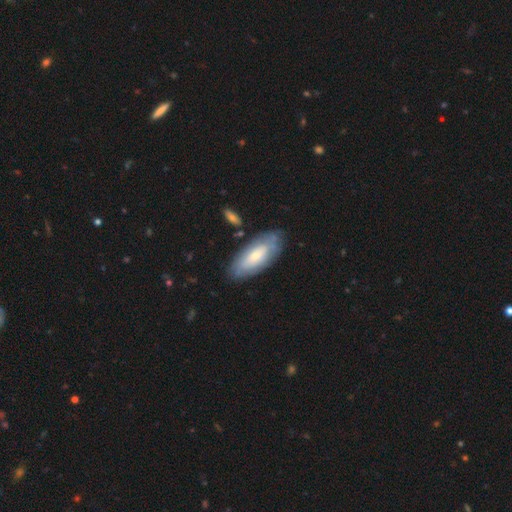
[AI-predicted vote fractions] A smooth galaxy with no disk features (55%) that is in between round and cigar-shaped (83%). Merging: none (75%).